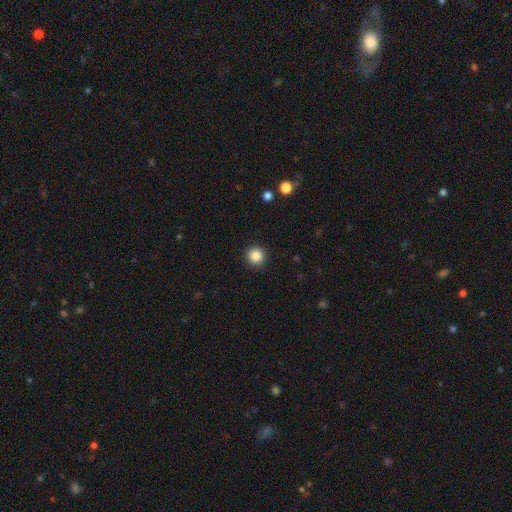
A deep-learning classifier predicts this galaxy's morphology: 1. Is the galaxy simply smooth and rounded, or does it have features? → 86% smooth, 11% star or artifact, 4% featured or disk.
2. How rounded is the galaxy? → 95% round, 4% in between, 1% cigar-shaped.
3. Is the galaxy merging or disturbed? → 92% none, 5% minor disturbance, 2% major disturbance, 1% merger.